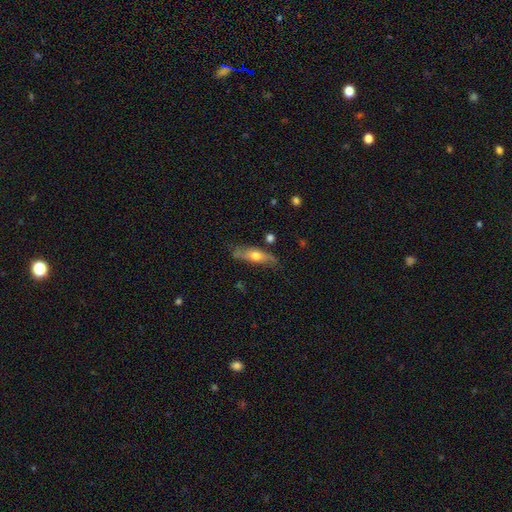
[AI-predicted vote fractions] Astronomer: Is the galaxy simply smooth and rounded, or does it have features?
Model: featured or disk — 48% (runner-up: smooth, 46%).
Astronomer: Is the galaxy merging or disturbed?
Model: none — 72%.